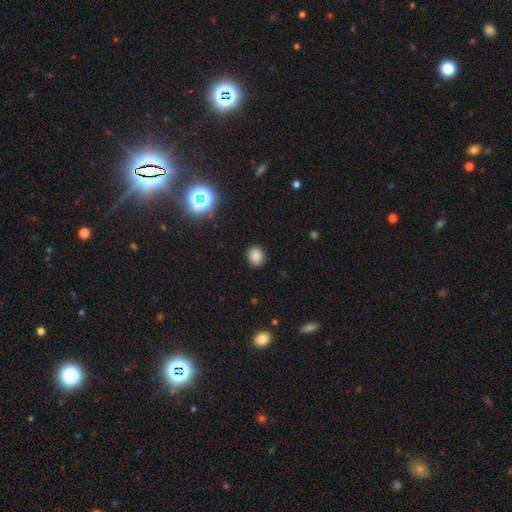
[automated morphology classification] Overall: smooth (82%). How rounded: round (71%). Merging: none (86%).